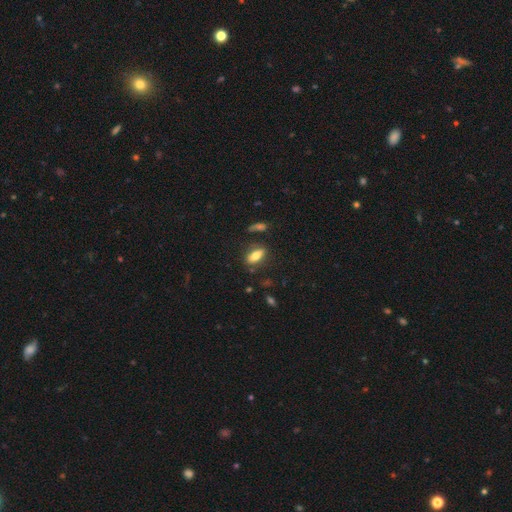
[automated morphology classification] smooth-or-featured: smooth: 72% | featured or disk: 20% | star or artifact: 8%
  how-rounded: in between: 76% | cigar-shaped: 21% | round: 4%
  merging: none: 77% | minor disturbance: 14% | major disturbance: 5% | merger: 4%